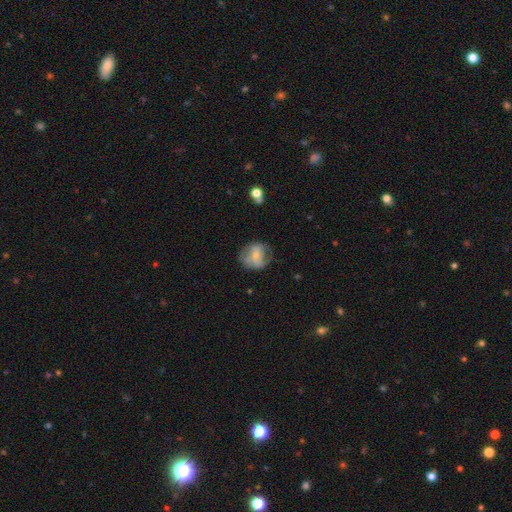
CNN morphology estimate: The model was most divided on "smooth or featured": featured or disk: 48%, smooth: 45%, star or artifact: 8%. More confident: merging — none (58%).